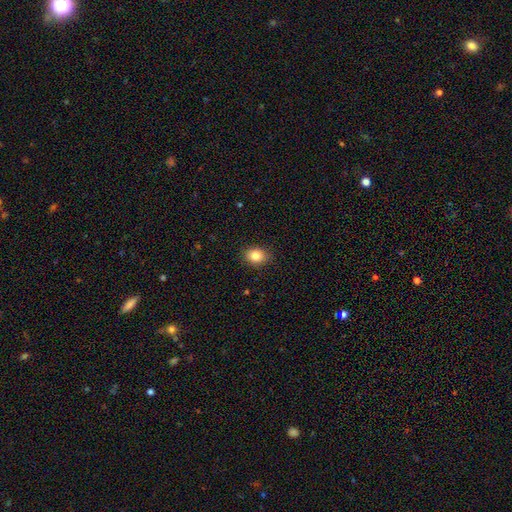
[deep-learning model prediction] Smooth or featured: smooth — 84% (star or artifact — 10%)
How rounded: in between — 54% (round — 45%)
Merging: none — 88% (minor disturbance — 9%)